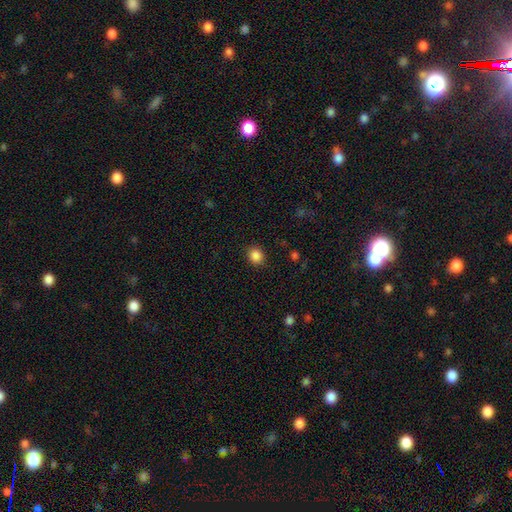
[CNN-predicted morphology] smooth_or_featured: smooth (p=0.86) [alt: star or artifact p=0.11]
how_rounded: round (p=0.77) [alt: in between p=0.22]
merging: none (p=0.89) [alt: minor disturbance p=0.08]